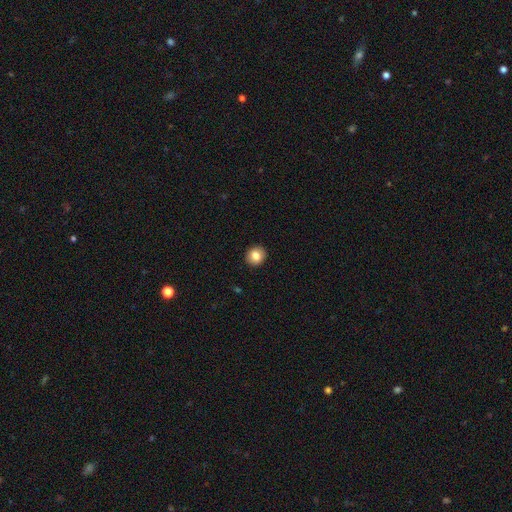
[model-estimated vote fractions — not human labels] smooth_or_featured: smooth (p=0.82) [alt: star or artifact p=0.09]
how_rounded: round (p=0.88) [alt: in between p=0.11]
merging: none (p=0.93) [alt: minor disturbance p=0.05]